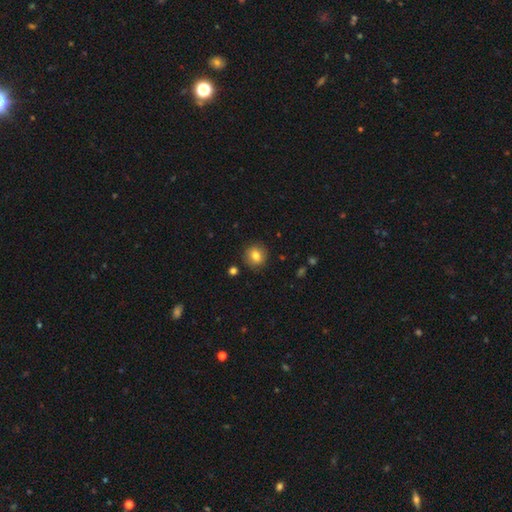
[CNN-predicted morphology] Smooth or featured?
  - smooth: 79% *
  - featured or disk: 11%
  - star or artifact: 10%
How rounded?
  - round: 85% *
  - in between: 14%
  - cigar-shaped: 1%
Merging?
  - none: 88% *
  - minor disturbance: 8%
  - major disturbance: 2%
  - merger: 2%